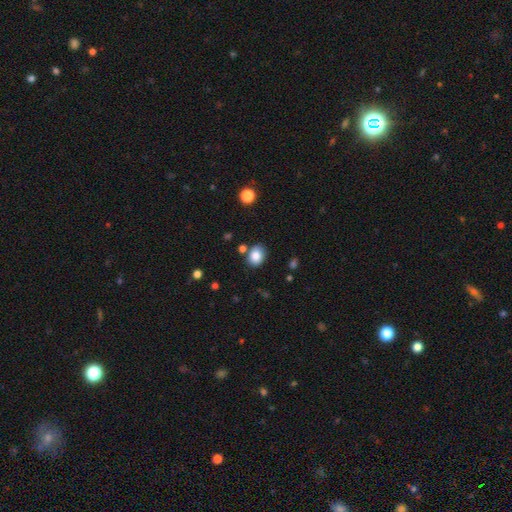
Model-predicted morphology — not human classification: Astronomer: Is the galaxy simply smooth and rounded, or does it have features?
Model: smooth — 85%.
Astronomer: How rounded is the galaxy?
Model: in between — 56% (runner-up: round, 43%).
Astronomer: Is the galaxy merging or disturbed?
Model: none — 78%.